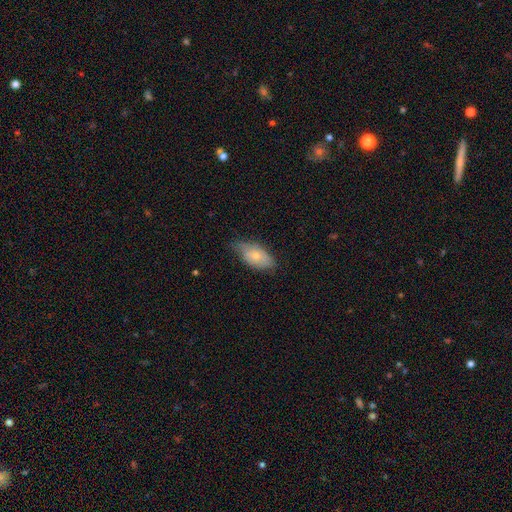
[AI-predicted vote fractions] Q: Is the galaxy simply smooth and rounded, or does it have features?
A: smooth — 69%.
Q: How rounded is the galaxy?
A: in between — 92%.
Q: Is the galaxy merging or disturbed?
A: none — 58%.